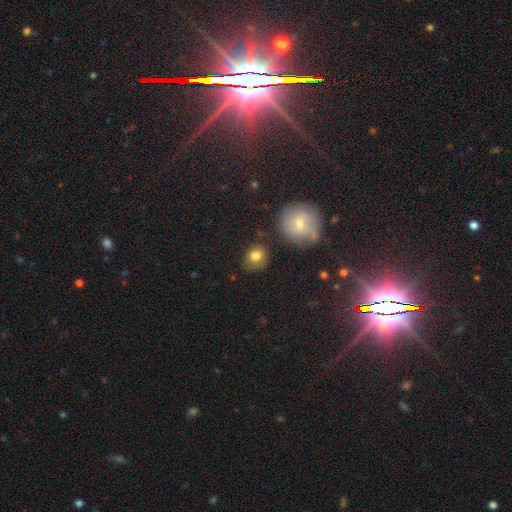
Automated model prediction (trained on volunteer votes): Overall: smooth (81%). How rounded: round (75%). Merging: none (75%).